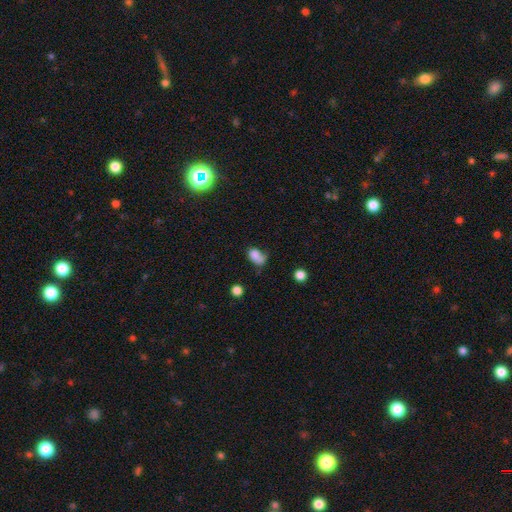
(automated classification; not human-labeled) Morphology: type=smooth (76%); roundness=in between (75%); merging=none (32%).